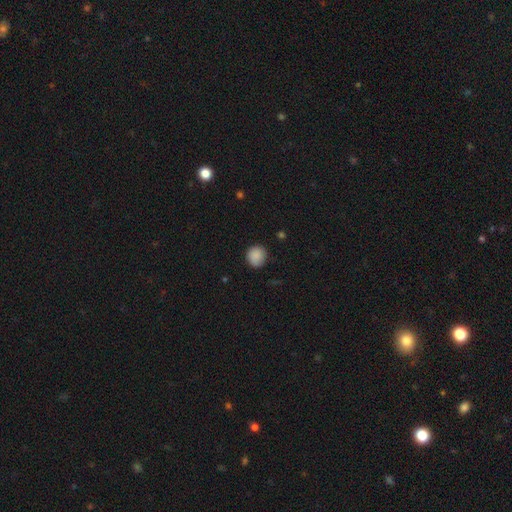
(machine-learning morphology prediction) smooth-or-featured: smooth: 88% | star or artifact: 8% | featured or disk: 4%
  how-rounded: round: 89% | in between: 10% | cigar-shaped: 1%
  merging: none: 84% | minor disturbance: 12% | major disturbance: 2% | merger: 1%